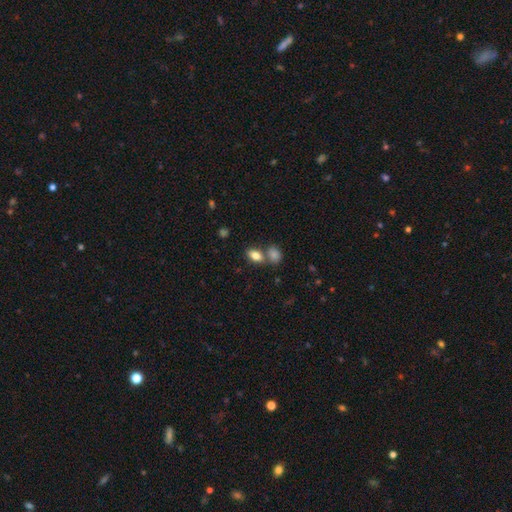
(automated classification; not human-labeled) Morphology: type=smooth (82%); roundness=in between (86%); merging=none (54%).